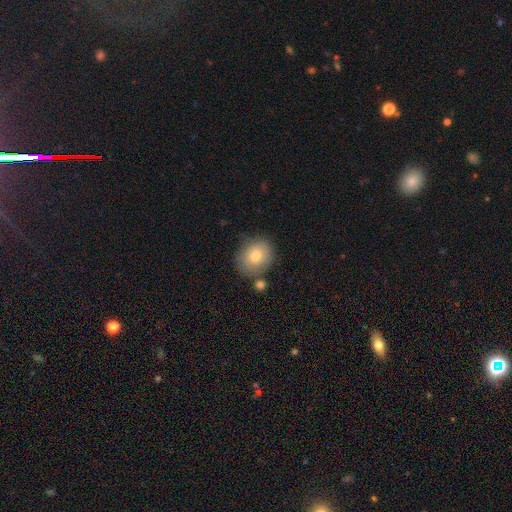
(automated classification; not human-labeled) smooth_or_featured: smooth (p=0.77) [alt: featured or disk p=0.14]
how_rounded: round (p=0.66) [alt: in between p=0.33]
merging: none (p=0.73) [alt: minor disturbance p=0.15]